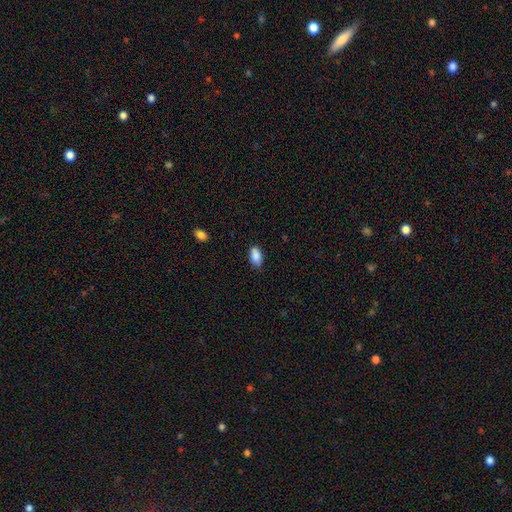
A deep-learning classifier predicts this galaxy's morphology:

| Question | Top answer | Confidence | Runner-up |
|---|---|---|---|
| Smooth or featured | smooth | 89% | star or artifact (7%) |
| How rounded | in between | 92% | cigar-shaped (4%) |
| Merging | none | 81% | minor disturbance (15%) |